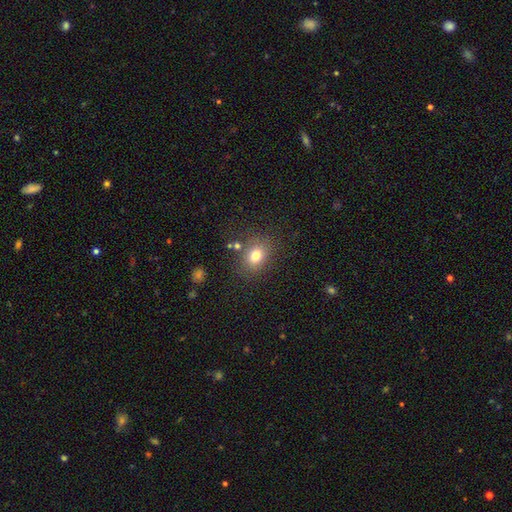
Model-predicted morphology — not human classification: This is likely a smooth galaxy (77%). How rounded: possibly in between (51%). Merging: likely none (77%).